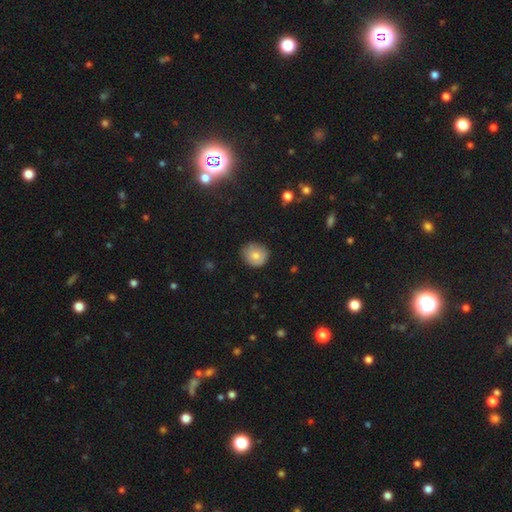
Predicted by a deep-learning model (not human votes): Smooth or featured: smooth — 75% (featured or disk — 16%)
How rounded: round — 84% (in between — 15%)
Merging: none — 79% (minor disturbance — 17%)